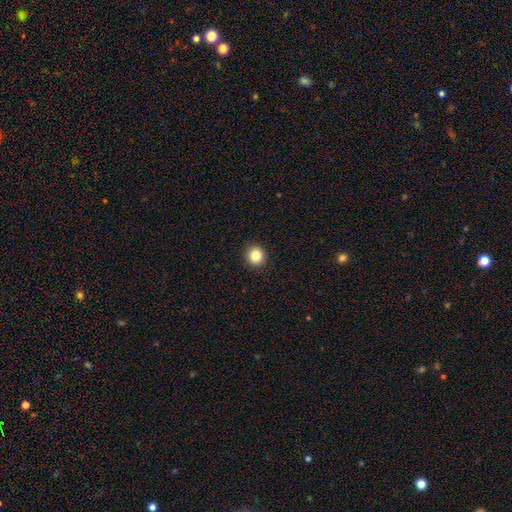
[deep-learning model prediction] smooth-or-featured: smooth: 86% | star or artifact: 10% | featured or disk: 4%
  how-rounded: round: 91% | in between: 8% | cigar-shaped: 1%
  merging: none: 93% | minor disturbance: 5% | major disturbance: 2% | merger: 1%